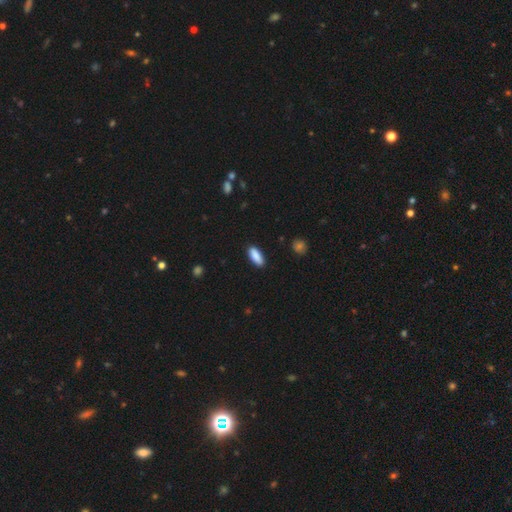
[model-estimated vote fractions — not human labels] A smooth galaxy with no disk features (89%) that is in between round and cigar-shaped (75%). Merging: none (89%).